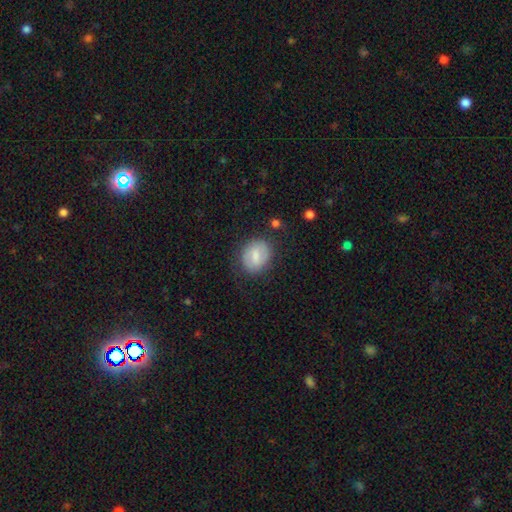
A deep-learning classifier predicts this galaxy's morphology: Q: Smooth or featured?
A: smooth (60%); runner-up: featured or disk (33%)
Q: How rounded?
A: round (54%); runner-up: in between (45%)
Q: Merging?
A: none (74%); runner-up: minor disturbance (17%)